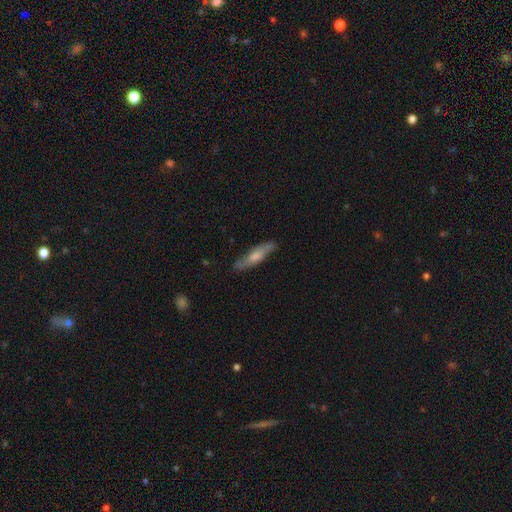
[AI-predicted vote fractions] smooth-or-featured: smooth: 49% | featured or disk: 45% | star or artifact: 6%
  merging: none: 80% | minor disturbance: 16% | major disturbance: 3% | merger: 2%